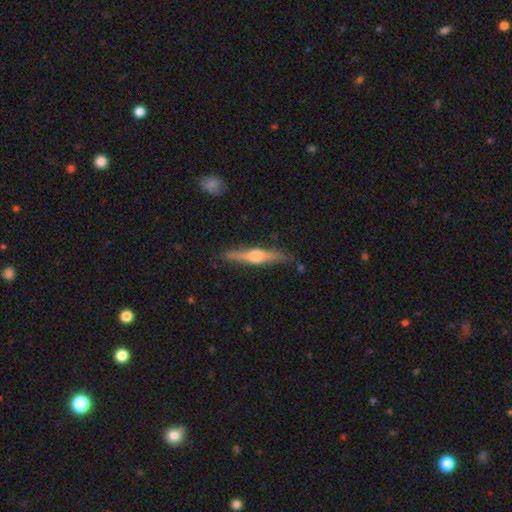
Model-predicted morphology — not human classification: Overall: featured or disk (71%). Edge-on disk: yes (97%). Edge-on bulge: rounded (92%). Merging: none (85%).